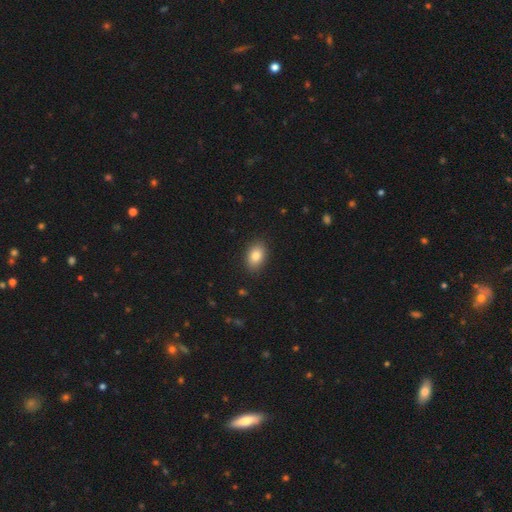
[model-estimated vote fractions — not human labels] Smooth or featured? Predicted: smooth (p=0.84). How rounded? Predicted: in between (p=0.83). Merging? Predicted: none (p=0.87).